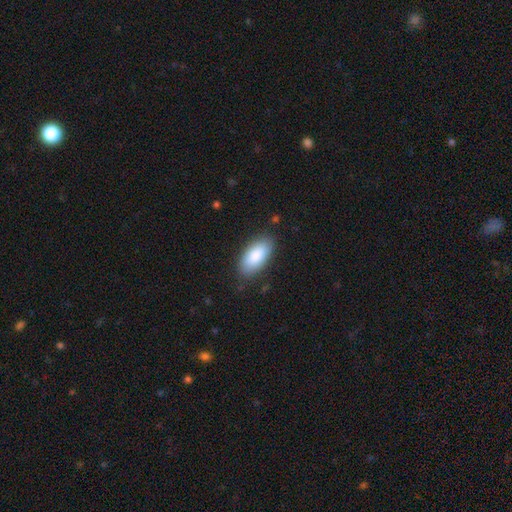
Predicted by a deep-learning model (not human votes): This is clearly a smooth galaxy (86%). How rounded: clearly in between (92%). Merging: clearly none (83%).